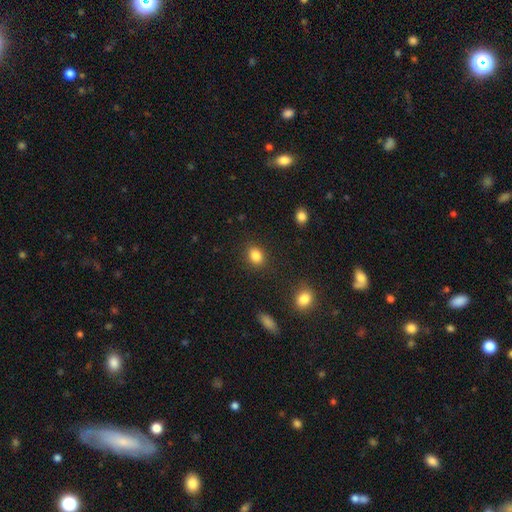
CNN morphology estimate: smooth_or_featured: smooth (p=0.85) [alt: star or artifact p=0.10]
how_rounded: round (p=0.51) [alt: in between p=0.47]
merging: none (p=0.87) [alt: minor disturbance p=0.08]